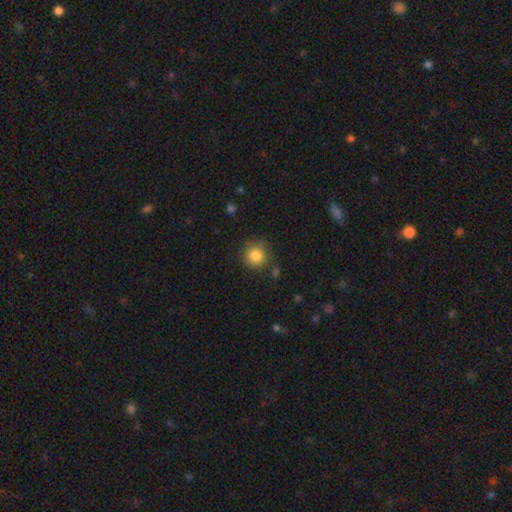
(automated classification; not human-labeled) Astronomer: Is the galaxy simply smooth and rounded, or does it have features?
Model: smooth — 84%.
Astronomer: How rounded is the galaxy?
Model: round — 92%.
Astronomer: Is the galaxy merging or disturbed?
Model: none — 81%.